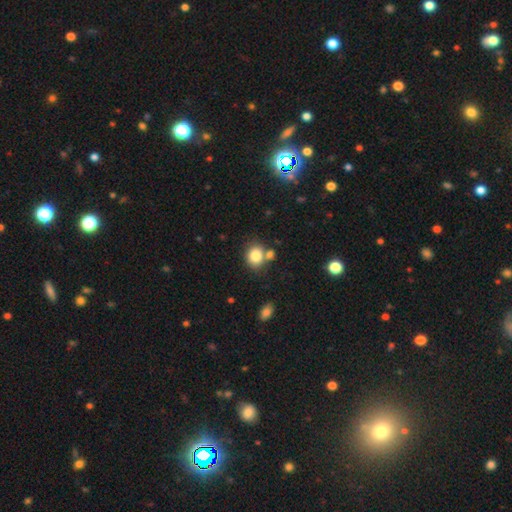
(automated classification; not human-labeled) smooth 83%, star or artifact 10%, featured or disk 7%. Down the decision tree: how rounded — round (65%); merging — none (64%).